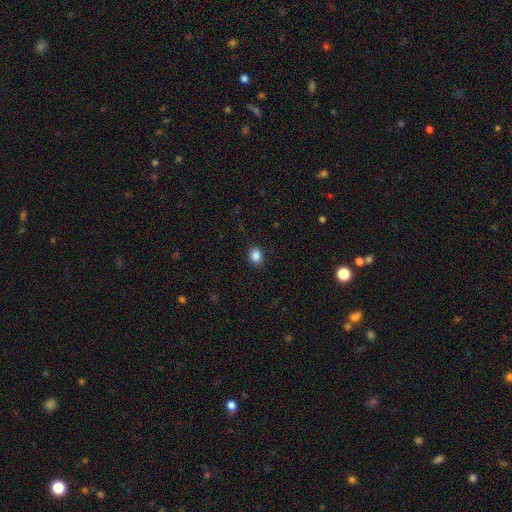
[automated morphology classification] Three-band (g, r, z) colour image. It shows a smooth galaxy with no disk features (87%) that is round (50%). Merging: none (90%).